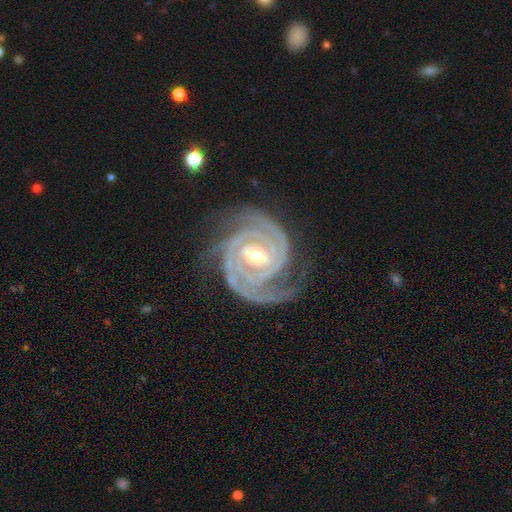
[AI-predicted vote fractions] Smooth or featured? Predicted: featured or disk (p=0.94). Edge-on disk? Predicted: no (p=0.98). Bar? Predicted: weak (p=0.45). Spiral arms? Predicted: yes (p=0.99). Spiral winding? Predicted: tight (p=0.75). Spiral arm count? Predicted: 2 (p=0.59). Bulge size? Predicted: moderate (p=0.53). Merging? Predicted: none (p=0.71).